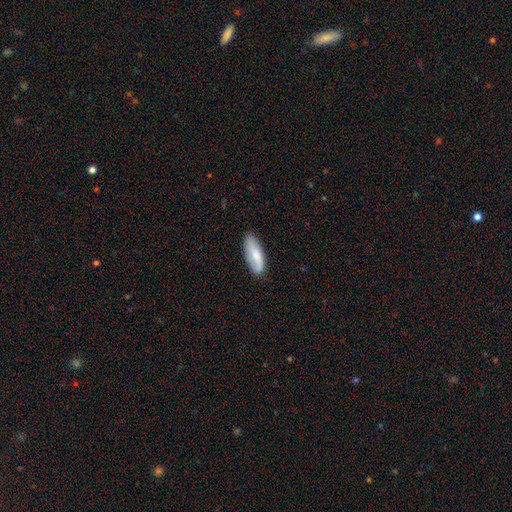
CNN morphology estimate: This appears to be a smooth galaxy with no disk features (71%) that is in between round and cigar-shaped (70%). Merging: none (78%).